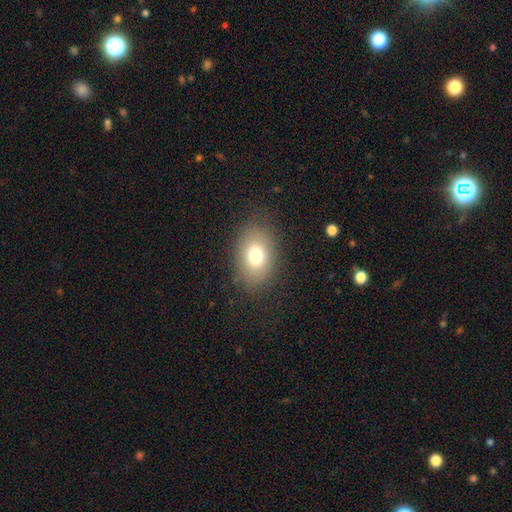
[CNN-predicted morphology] This appears to be a smooth galaxy with no disk features (75%) that is in between round and cigar-shaped (75%). Merging: none (83%).